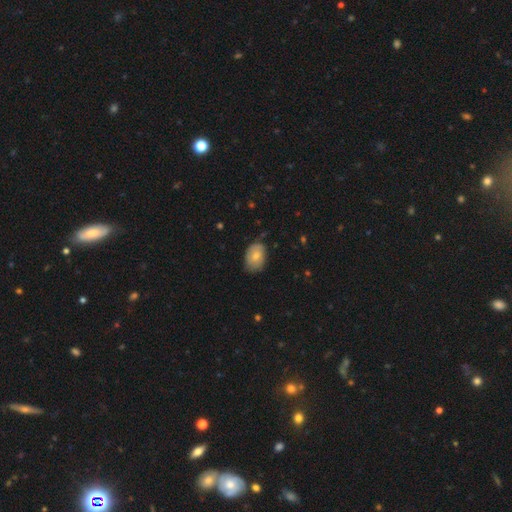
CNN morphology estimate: Smooth or featured: smooth — 72% (featured or disk — 21%)
How rounded: in between — 81% (round — 18%)
Merging: none — 70% (minor disturbance — 25%)